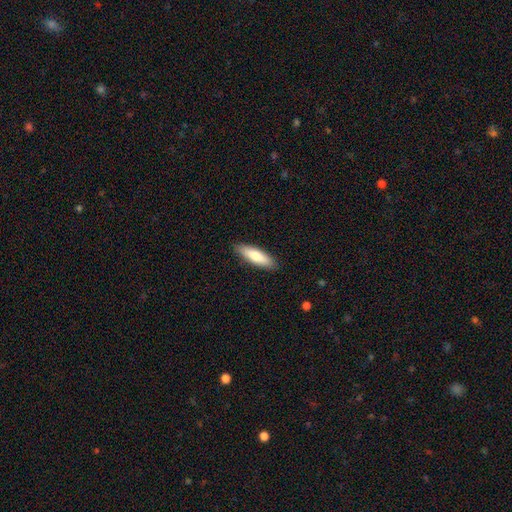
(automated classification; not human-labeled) Q: Smooth or featured?
A: smooth (75%); runner-up: featured or disk (19%)
Q: How rounded?
A: cigar-shaped (58%); runner-up: in between (41%)
Q: Merging?
A: none (89%); runner-up: minor disturbance (9%)